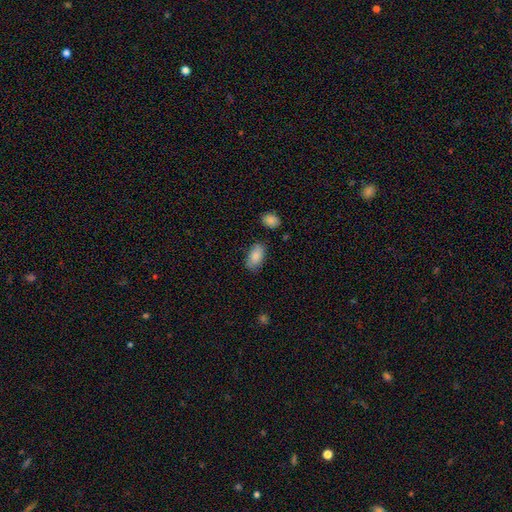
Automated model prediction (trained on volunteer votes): Overall: smooth (86%). How rounded: in between (94%). Merging: none (78%).